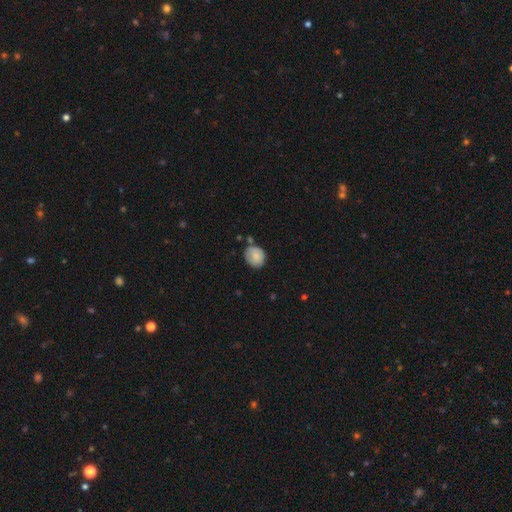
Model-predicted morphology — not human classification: This appears to be a smooth galaxy with no disk features (81%) that is round (71%). Merging: none (66%).